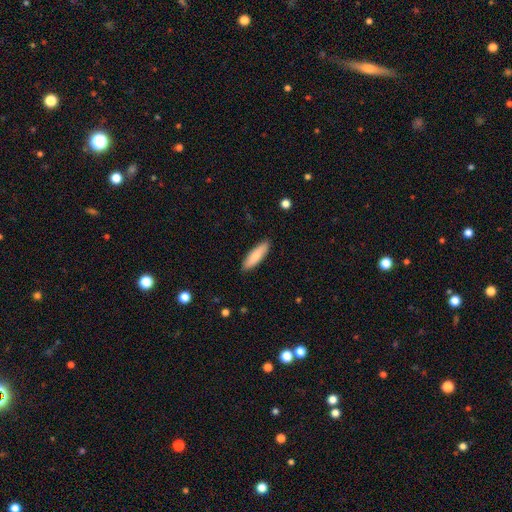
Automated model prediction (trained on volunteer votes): This appears to be a smooth galaxy with no disk features (82%) that is cigar-shaped (62%). Merging: none (89%).